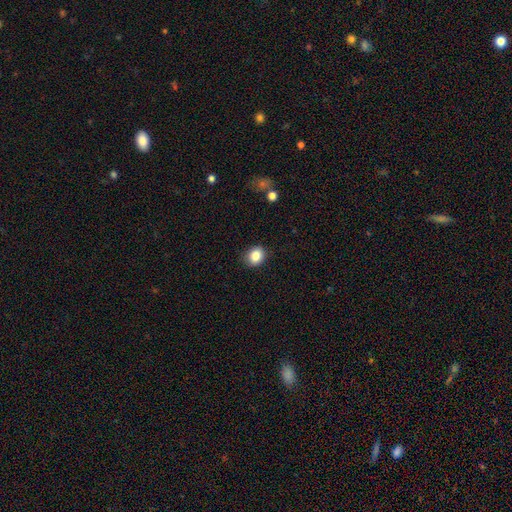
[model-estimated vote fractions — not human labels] Overall: smooth (84%). How rounded: round (60%; in between 39%). Merging: none (87%).